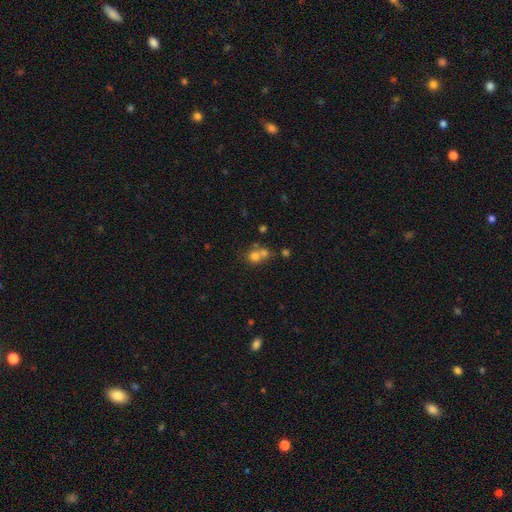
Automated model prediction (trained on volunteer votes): A smooth galaxy with no disk features (68%) that is round (80%).

Vote fractions:
- Smooth or featured? smooth: 68% / star or artifact: 16% / featured or disk: 16%
- How rounded? round: 80% / in between: 18% / cigar-shaped: 1%
- Merging? merger: 53% / none: 37% / minor disturbance: 7% / major disturbance: 4%